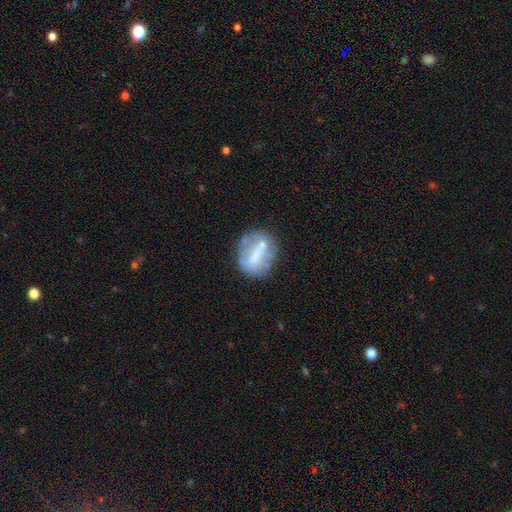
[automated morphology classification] This appears to be a featured or disk galaxy (46%). Merging: none (54%).